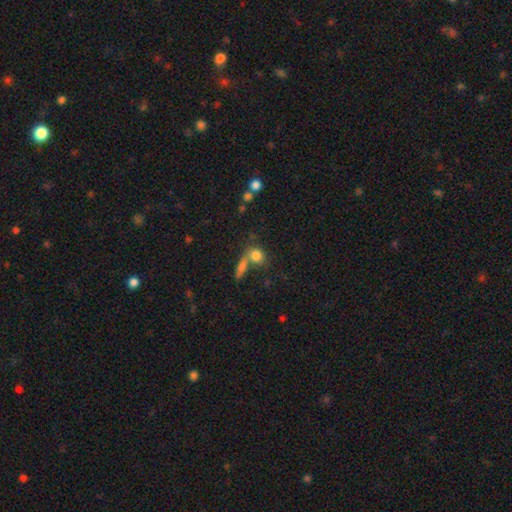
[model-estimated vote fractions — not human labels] Smooth or featured? Predicted: smooth (p=0.78). How rounded? Predicted: round (p=0.61). Merging? Predicted: none (p=0.48).